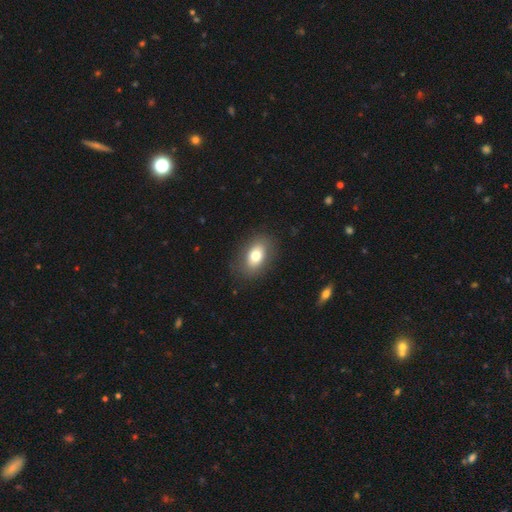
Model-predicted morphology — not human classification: A smooth galaxy with no disk features (75%) that is in between round and cigar-shaped (86%). Merging: none (84%).